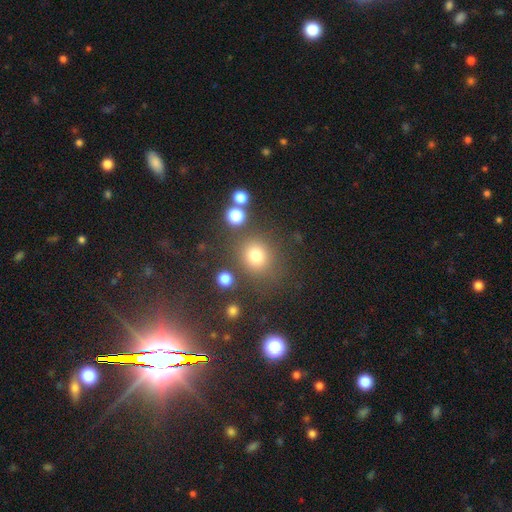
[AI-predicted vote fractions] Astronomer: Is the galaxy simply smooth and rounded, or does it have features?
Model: smooth — 76%.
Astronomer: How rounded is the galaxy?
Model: round — 83%.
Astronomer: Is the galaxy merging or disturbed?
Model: none — 76%.